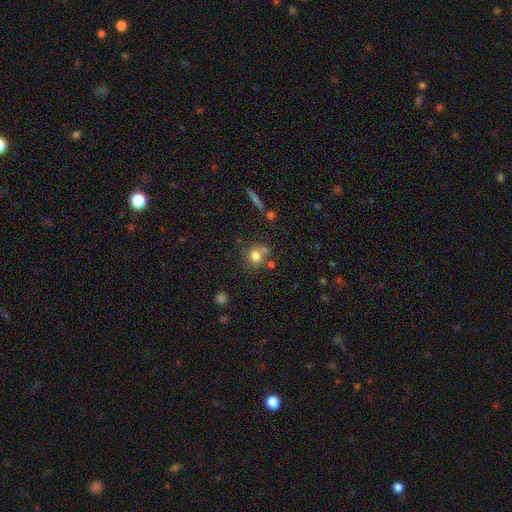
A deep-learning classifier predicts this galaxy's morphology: Smooth or featured: smooth — 77% (star or artifact — 13%)
How rounded: round — 85% (in between — 14%)
Merging: none — 62% (merger — 20%)